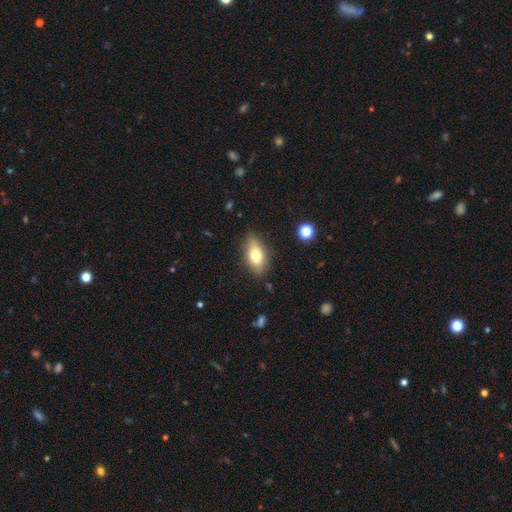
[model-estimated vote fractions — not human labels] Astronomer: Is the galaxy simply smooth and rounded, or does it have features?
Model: smooth — 73%.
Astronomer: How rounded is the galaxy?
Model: in between — 86%.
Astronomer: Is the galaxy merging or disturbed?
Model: none — 82%.